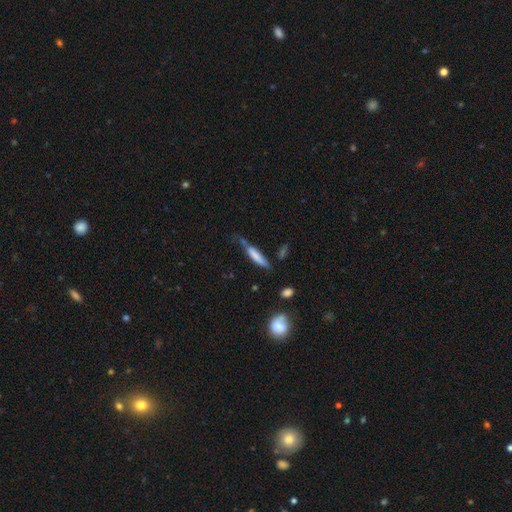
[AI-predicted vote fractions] Overall: smooth (70%). How rounded: cigar-shaped (85%). Merging: none (44%; minor disturbance 32%).